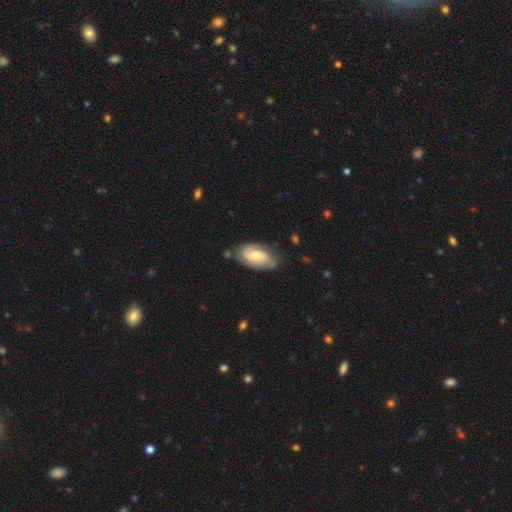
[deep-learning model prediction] Smooth or featured? featured or disk (58%)
Edge-on disk? no (94%)
Bar? no (54%)
Spiral arms? yes (85%)
Bulge size? moderate (59%)
Merging? none (69%)